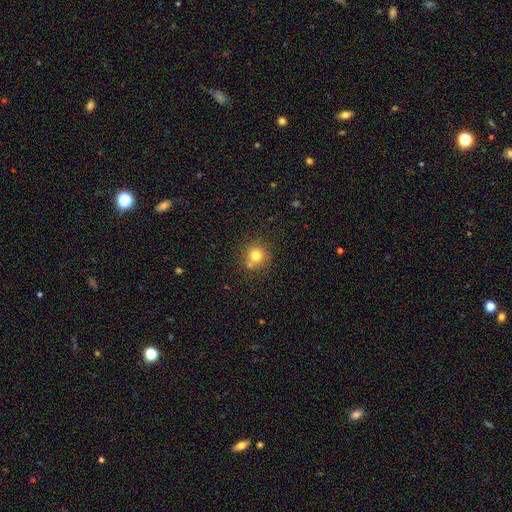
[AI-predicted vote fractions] Smooth or featured?
  - smooth: 77% *
  - star or artifact: 14%
  - featured or disk: 10%
How rounded?
  - round: 92% *
  - in between: 7%
  - cigar-shaped: 1%
Merging?
  - none: 71% *
  - merger: 17%
  - minor disturbance: 9%
  - major disturbance: 3%